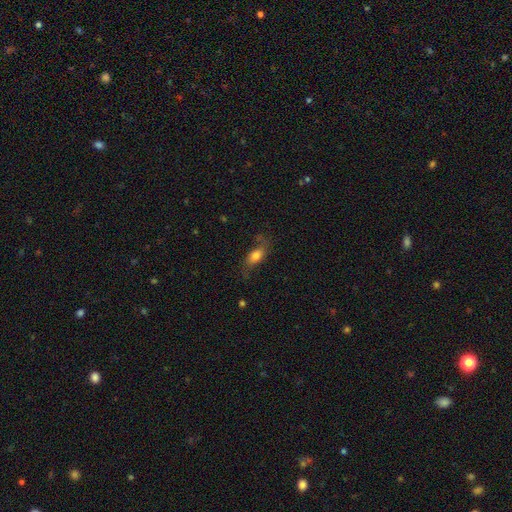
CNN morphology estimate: Smooth or featured?
  - smooth: 65% *
  - featured or disk: 26%
  - star or artifact: 9%
How rounded?
  - in between: 78% *
  - cigar-shaped: 14%
  - round: 8%
Merging?
  - none: 59% *
  - minor disturbance: 25%
  - major disturbance: 14%
  - merger: 2%